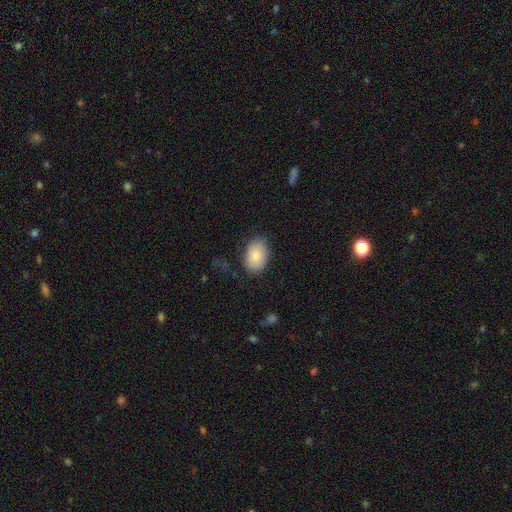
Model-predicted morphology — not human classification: A smooth galaxy with no disk features (86%) that is in between round and cigar-shaped (86%).

Vote fractions:
- Smooth or featured? smooth: 86% / featured or disk: 8% / star or artifact: 6%
- How rounded? in between: 86% / round: 13% / cigar-shaped: 1%
- Merging? none: 81% / minor disturbance: 14% / major disturbance: 4% / merger: 1%